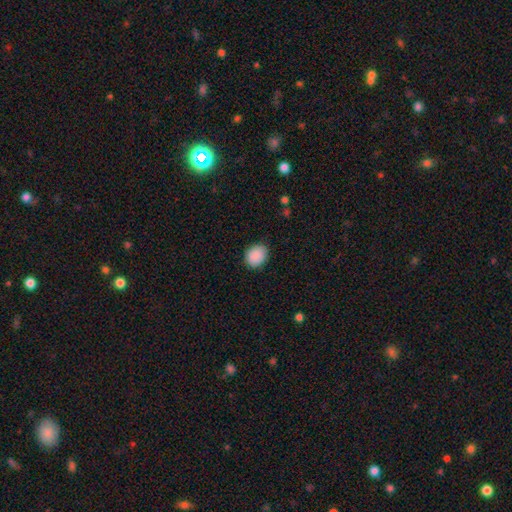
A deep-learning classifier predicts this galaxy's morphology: A smooth galaxy with no disk features (90%) that is in between round and cigar-shaped (50%).

Vote fractions:
- Smooth or featured? smooth: 90% / star or artifact: 7% / featured or disk: 3%
- How rounded? in between: 50% / round: 49% / cigar-shaped: 1%
- Merging? none: 84% / minor disturbance: 12% / major disturbance: 2% / merger: 1%